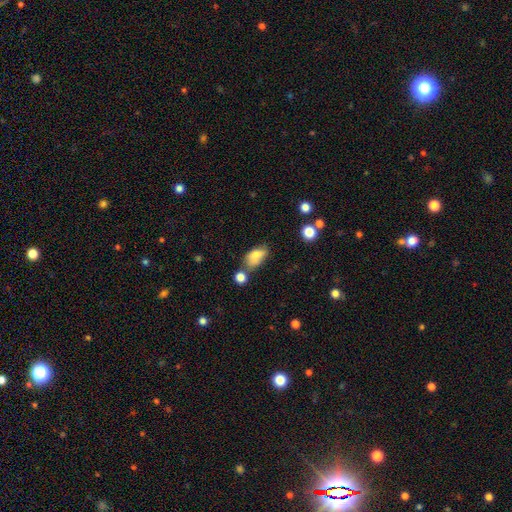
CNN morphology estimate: A smooth galaxy with no disk features (74%) that is in between round and cigar-shaped (88%). Merging: none (43%).